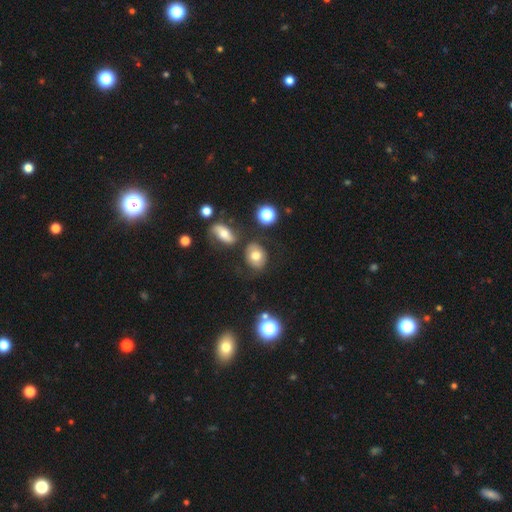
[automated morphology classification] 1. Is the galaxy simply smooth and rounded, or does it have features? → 69% smooth, 19% featured or disk, 12% star or artifact.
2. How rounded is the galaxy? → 51% round, 48% in between, 1% cigar-shaped.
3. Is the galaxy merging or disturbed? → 69% none, 16% minor disturbance, 8% merger, 7% major disturbance.